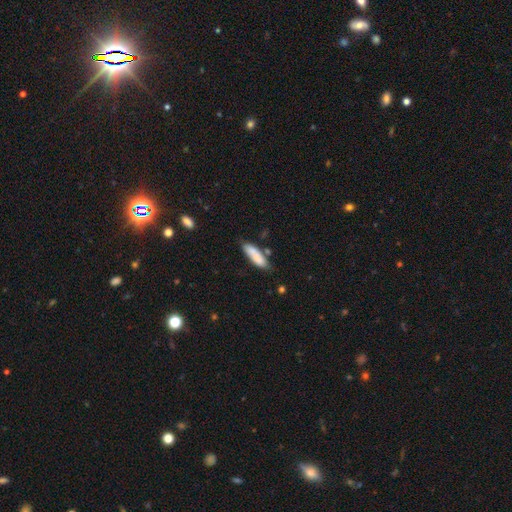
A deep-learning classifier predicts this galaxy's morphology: Overall: smooth (81%). How rounded: in between (52%; cigar-shaped 46%). Merging: none (63%).